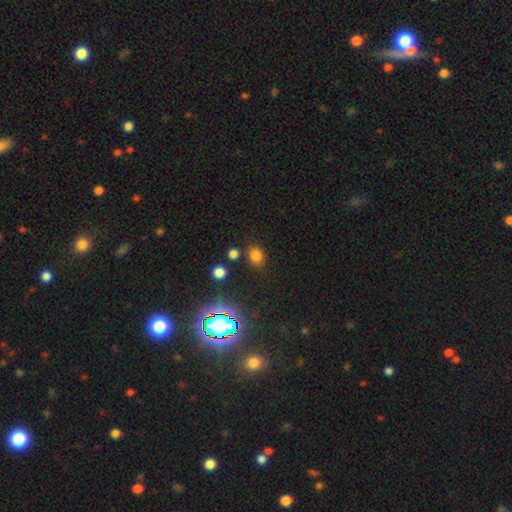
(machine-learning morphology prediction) Smooth or featured? smooth (73%)
How rounded? in between (51%)
Merging? none (78%)